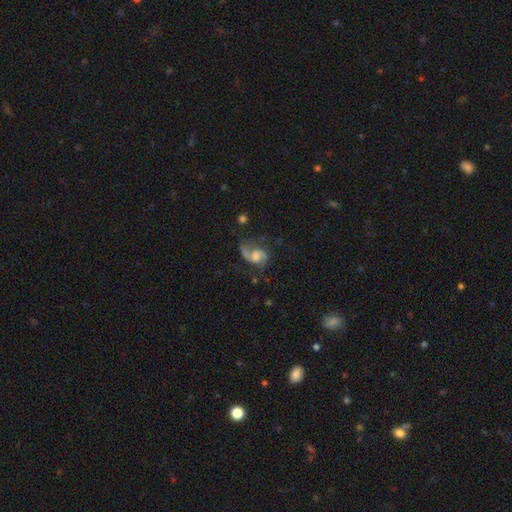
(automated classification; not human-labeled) This appears to be a featured or disk galaxy (67%) with no bar (60%), 2 (67%) loose (51%) spiral arms (88%) and a moderate central bulge (36%). Merging: none (43%).